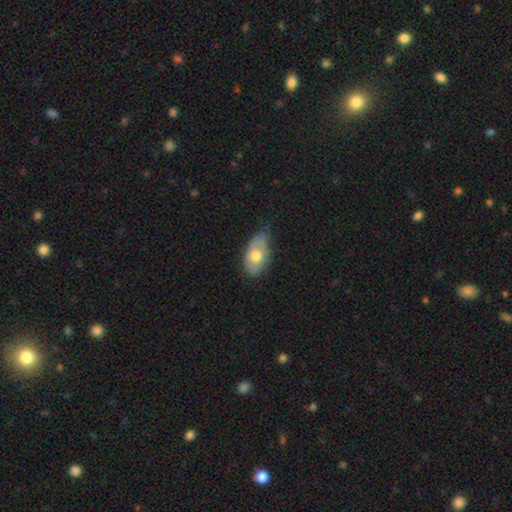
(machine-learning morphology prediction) Smooth or featured? smooth (61%)
How rounded? in between (91%)
Merging? none (46%)